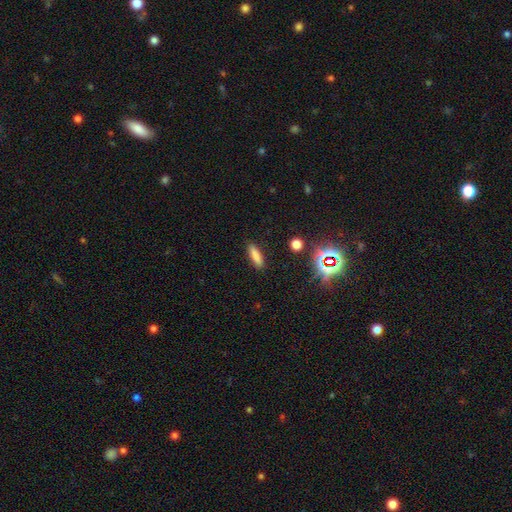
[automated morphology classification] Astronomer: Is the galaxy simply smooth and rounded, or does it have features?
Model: smooth — 81%.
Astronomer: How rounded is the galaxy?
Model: cigar-shaped — 61% (runner-up: in between, 36%).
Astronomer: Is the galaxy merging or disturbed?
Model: none — 89%.